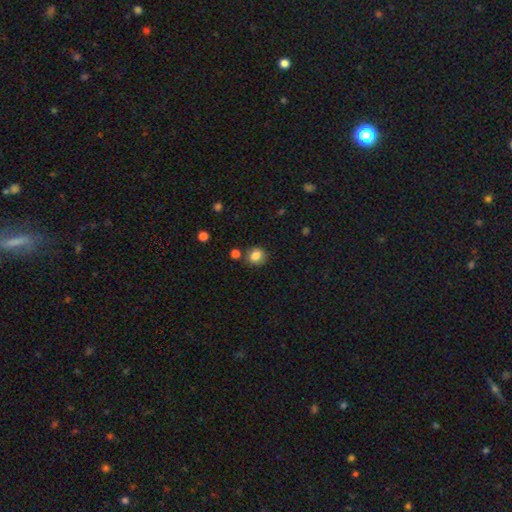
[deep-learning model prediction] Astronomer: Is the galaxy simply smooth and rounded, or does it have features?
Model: smooth — 82%.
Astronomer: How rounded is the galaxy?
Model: round — 74%.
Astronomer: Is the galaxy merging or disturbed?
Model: none — 78%.